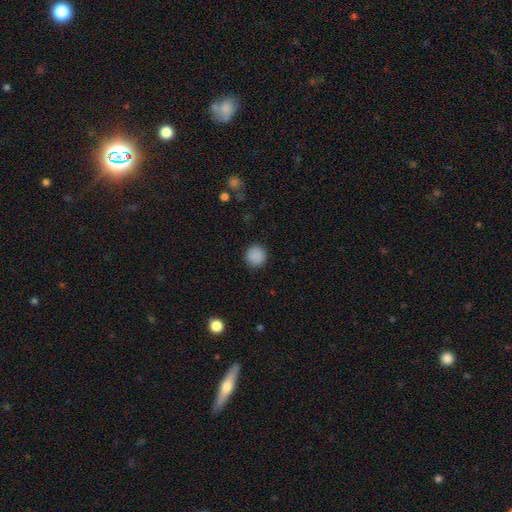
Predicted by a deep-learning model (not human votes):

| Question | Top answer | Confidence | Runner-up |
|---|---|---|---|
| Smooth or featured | smooth | 88% | star or artifact (9%) |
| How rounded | round | 95% | in between (4%) |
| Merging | none | 92% | minor disturbance (5%) |